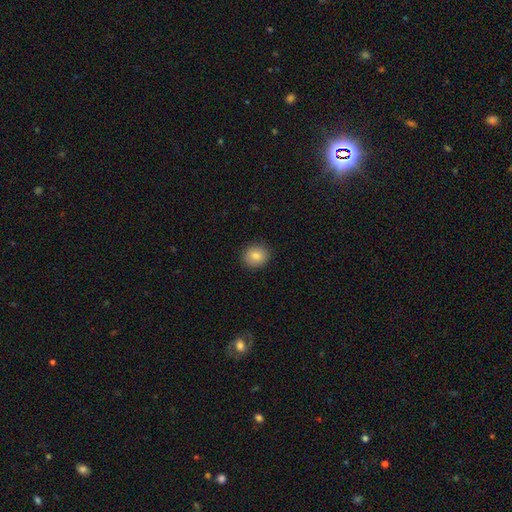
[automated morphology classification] Smooth or featured? Predicted: smooth (p=0.83). How rounded? Predicted: round (p=0.79). Merging? Predicted: none (p=0.91).